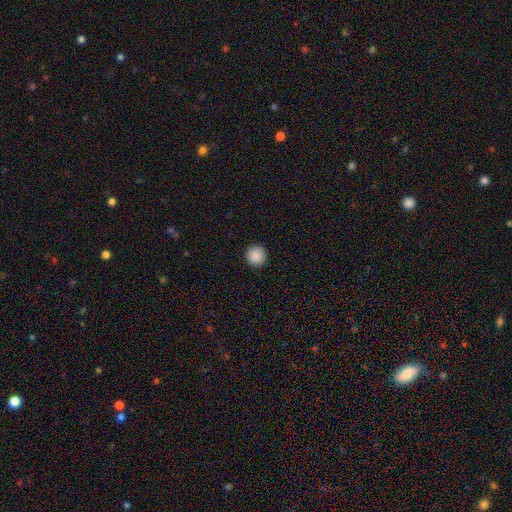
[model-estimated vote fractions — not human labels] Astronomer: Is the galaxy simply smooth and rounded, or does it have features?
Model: smooth — 89%.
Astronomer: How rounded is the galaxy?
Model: round — 96%.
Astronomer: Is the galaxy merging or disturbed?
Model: none — 93%.